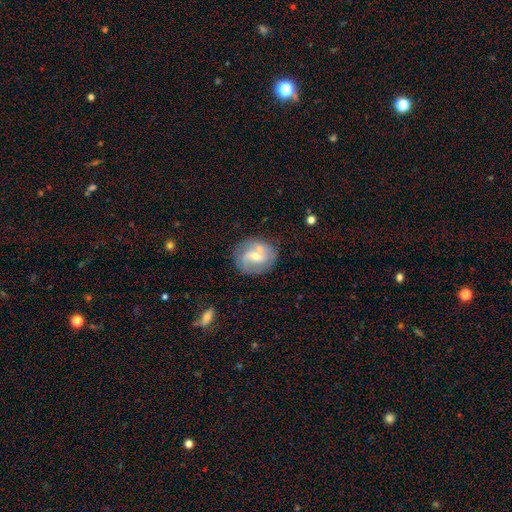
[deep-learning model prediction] Q: Smooth or featured?
A: featured or disk (69%); runner-up: smooth (24%)
Q: Edge-on disk?
A: no (97%); runner-up: yes (3%)
Q: Bar?
A: weak (46%); runner-up: no (39%)
Q: Spiral arms?
A: yes (85%); runner-up: no (15%)
Q: Spiral winding?
A: medium (43%); runner-up: loose (33%)
Q: Spiral arm count?
A: 2 (69%); runner-up: can't tell (13%)
Q: Bulge size?
A: moderate (51%); runner-up: small (44%)
Q: Merging?
A: none (64%); runner-up: minor disturbance (18%)